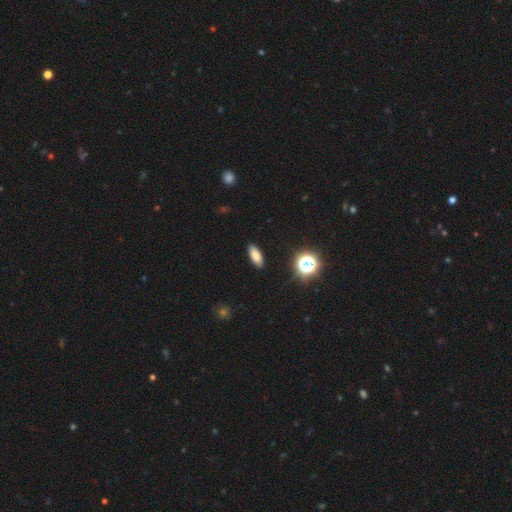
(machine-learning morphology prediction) A smooth galaxy with no disk features (78%) that is in between round and cigar-shaped (68%).

Vote fractions:
- Smooth or featured? smooth: 78% / star or artifact: 13% / featured or disk: 9%
- How rounded? in between: 68% / cigar-shaped: 27% / round: 4%
- Merging? none: 89% / minor disturbance: 8% / major disturbance: 2% / merger: 1%